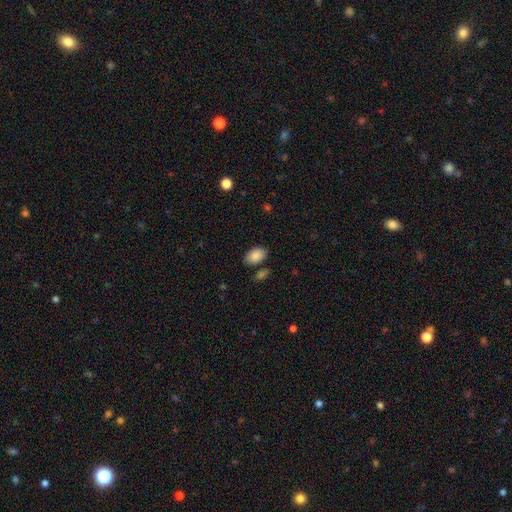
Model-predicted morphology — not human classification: Smooth or featured: smooth — 87% (star or artifact — 7%)
How rounded: in between — 91% (round — 8%)
Merging: none — 78% (minor disturbance — 13%)